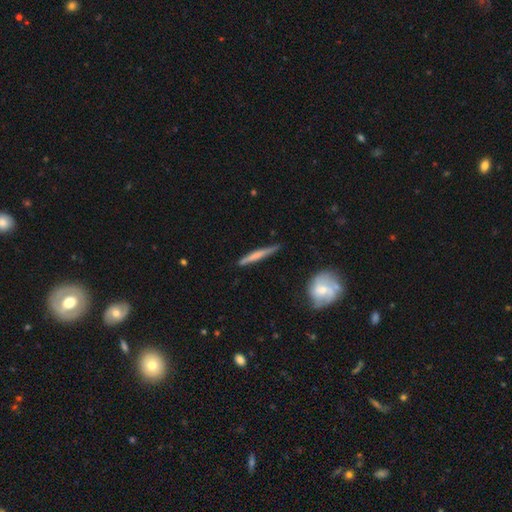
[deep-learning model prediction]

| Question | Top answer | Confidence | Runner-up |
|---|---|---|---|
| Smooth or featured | smooth | 53% | featured or disk (42%) |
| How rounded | cigar-shaped | 95% | in between (3%) |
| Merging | none | 81% | minor disturbance (14%) |